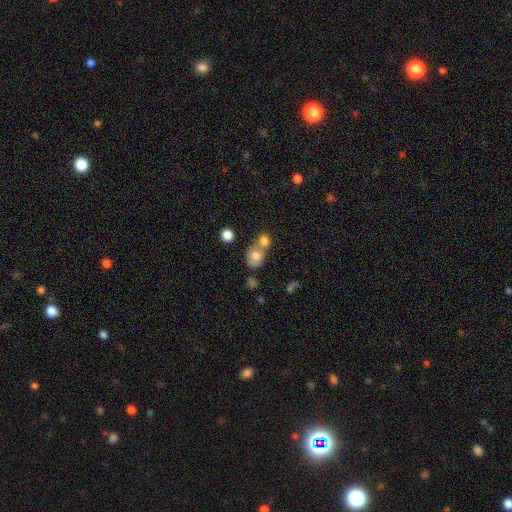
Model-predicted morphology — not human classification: A smooth galaxy with no disk features (73%) that is round (51%).

Vote fractions:
- Smooth or featured? smooth: 73% / featured or disk: 17% / star or artifact: 10%
- How rounded? round: 51% / in between: 48% / cigar-shaped: 1%
- Merging? merger: 57% / none: 29% / minor disturbance: 9% / major disturbance: 4%